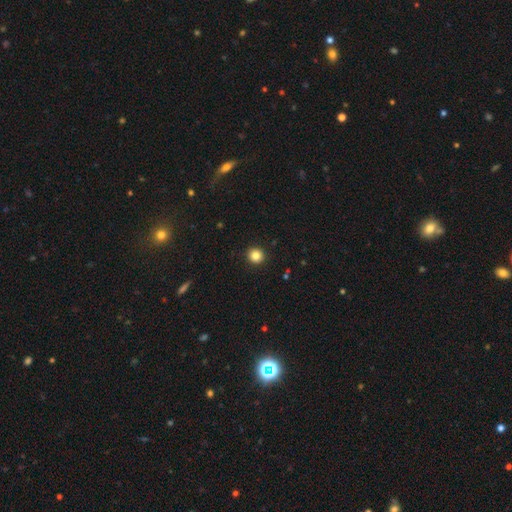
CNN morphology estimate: Overall: smooth (84%). How rounded: round (93%). Merging: none (93%).